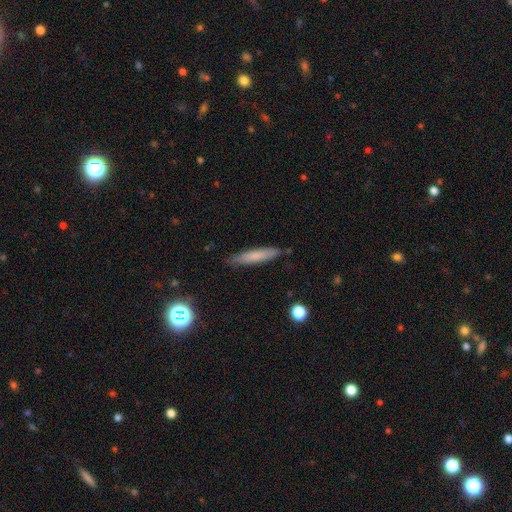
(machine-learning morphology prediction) Smooth or featured?
  - smooth: 73% *
  - featured or disk: 20%
  - star or artifact: 7%
How rounded?
  - cigar-shaped: 89% *
  - in between: 9%
  - round: 1%
Merging?
  - none: 84% *
  - minor disturbance: 12%
  - major disturbance: 2%
  - merger: 2%